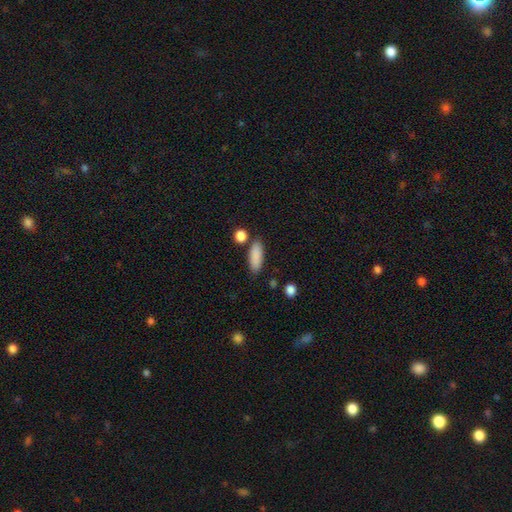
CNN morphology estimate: Overall: smooth (88%). How rounded: in between (67%; cigar-shaped 30%). Merging: none (79%).